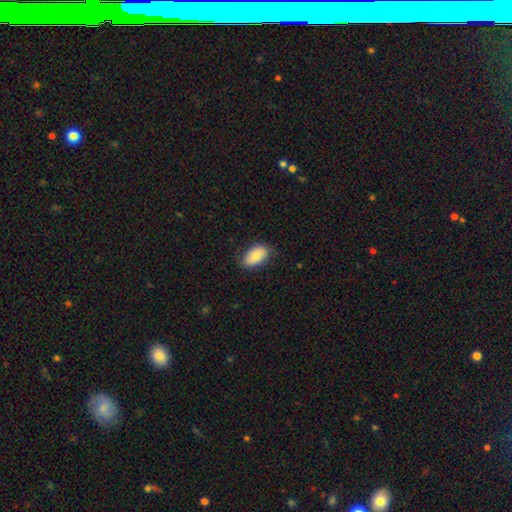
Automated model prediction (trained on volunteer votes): Q: Smooth or featured?
A: smooth (79%); runner-up: featured or disk (14%)
Q: How rounded?
A: in between (93%); runner-up: round (6%)
Q: Merging?
A: none (76%); runner-up: minor disturbance (19%)